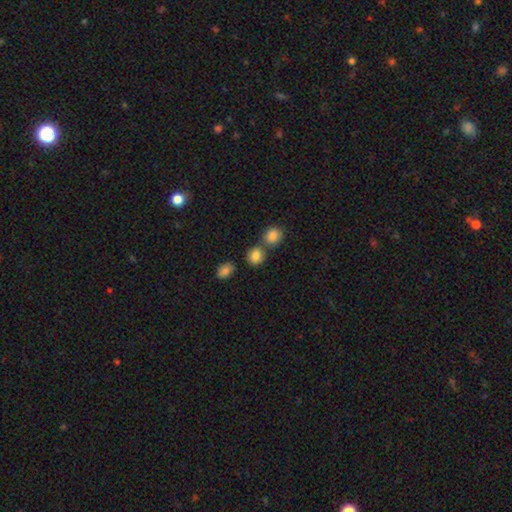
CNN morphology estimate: smooth_or_featured: smooth (p=0.83) [alt: star or artifact p=0.11]
how_rounded: round (p=0.66) [alt: in between p=0.33]
merging: none (p=0.56) [alt: merger p=0.32]